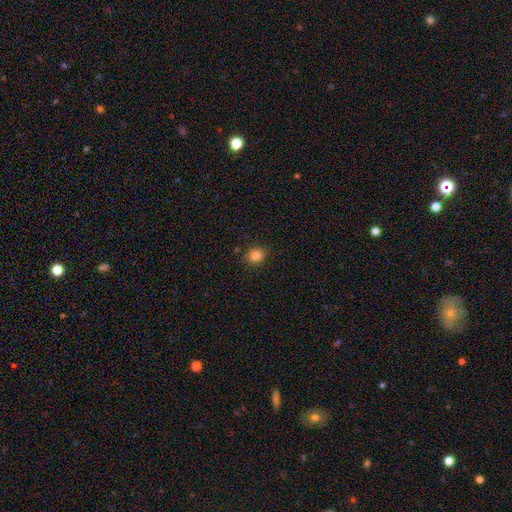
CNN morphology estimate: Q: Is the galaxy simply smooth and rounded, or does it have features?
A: smooth — 84%.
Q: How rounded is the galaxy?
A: round — 68%.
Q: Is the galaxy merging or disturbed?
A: none — 87%.